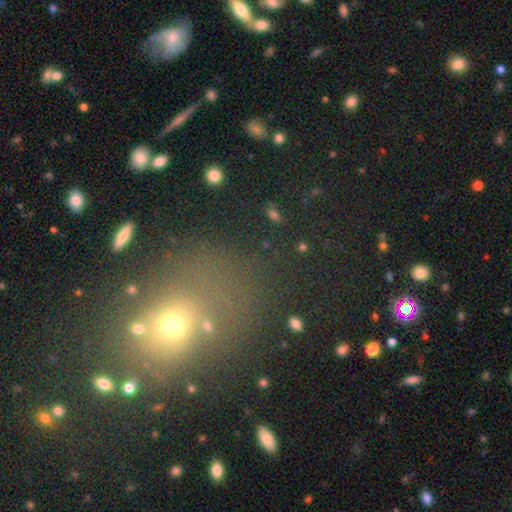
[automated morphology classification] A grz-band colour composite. It shows a smooth galaxy with no disk features (49%). Merging: none (64%).